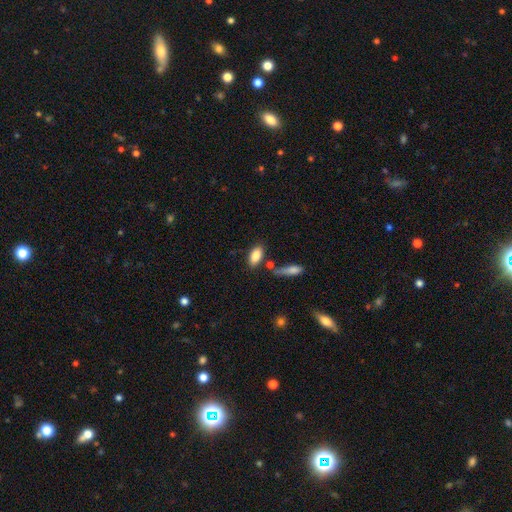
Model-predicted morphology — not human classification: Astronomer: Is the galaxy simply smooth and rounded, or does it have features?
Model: smooth — 85%.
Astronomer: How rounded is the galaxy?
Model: in between — 89%.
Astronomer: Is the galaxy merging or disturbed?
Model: none — 70%.